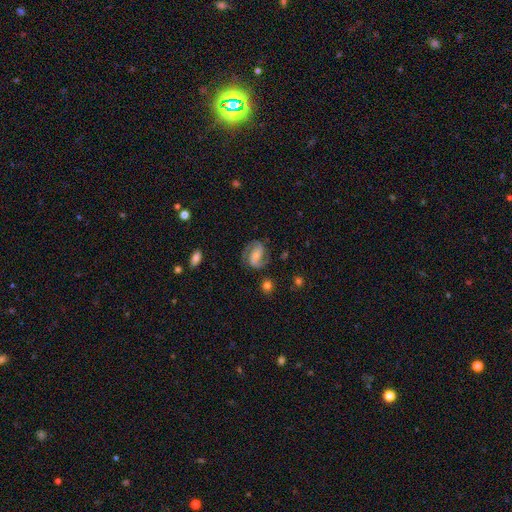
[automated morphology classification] featured or disk 83%, smooth 11%, star or artifact 6%. Down the decision tree: edge-on disk — no (98%); bar — weak (39%); spiral arms — yes (96%); spiral arm count — 2 (90%); spiral winding — medium (53%); bulge size — small (51%); merging — none (76%).